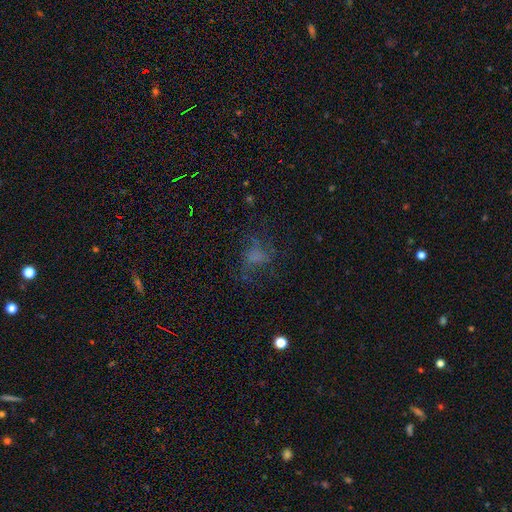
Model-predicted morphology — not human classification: The model was most divided on "smooth or featured": smooth: 42%, featured or disk: 33%, star or artifact: 25%. More confident: merging — none (51%).